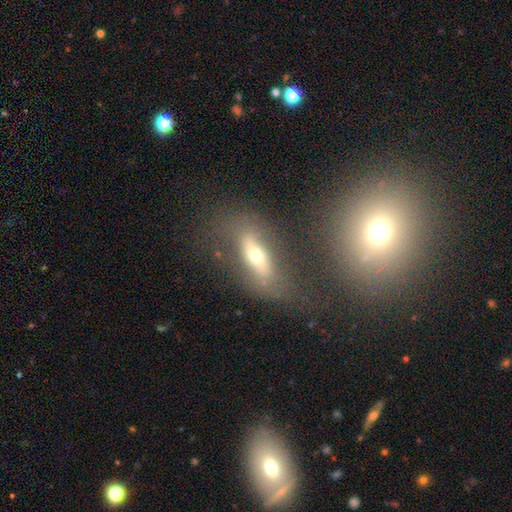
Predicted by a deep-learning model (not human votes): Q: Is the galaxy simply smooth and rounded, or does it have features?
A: featured or disk — 45%.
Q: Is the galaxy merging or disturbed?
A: none — 53%.